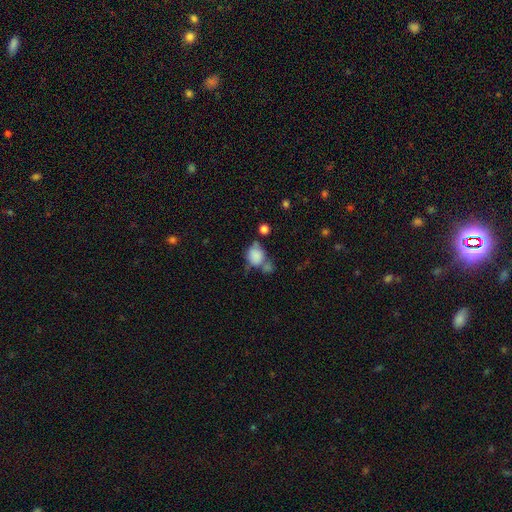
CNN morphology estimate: The model was most divided on "merging": merger: 35%, none: 33%, minor disturbance: 20%, major disturbance: 12%. More confident: smooth or featured — smooth (80%); how rounded — round (52%).